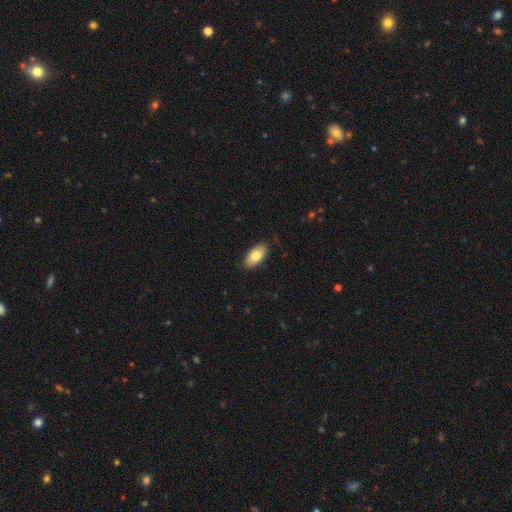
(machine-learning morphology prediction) Q: Smooth or featured?
A: smooth (81%); runner-up: featured or disk (13%)
Q: How rounded?
A: in between (93%); runner-up: cigar-shaped (4%)
Q: Merging?
A: none (85%); runner-up: minor disturbance (12%)